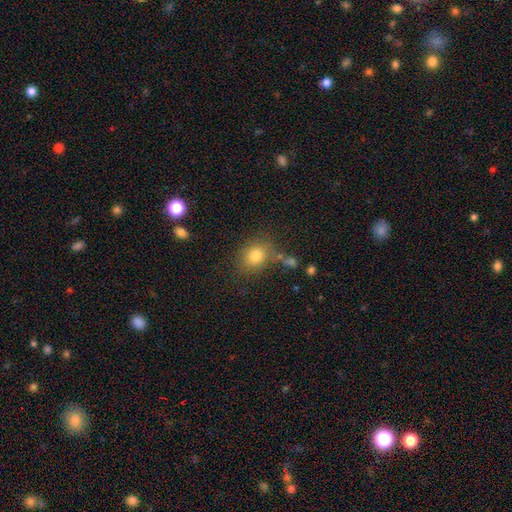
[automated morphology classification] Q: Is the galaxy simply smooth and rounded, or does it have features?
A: smooth — 79%.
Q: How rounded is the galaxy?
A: round — 64%.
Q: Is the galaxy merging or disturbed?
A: none — 70%.